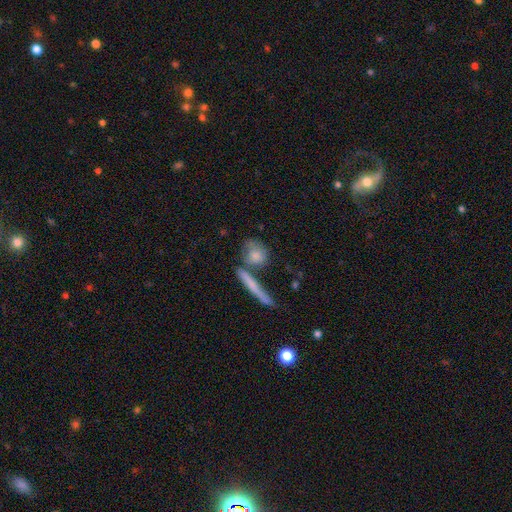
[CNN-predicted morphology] type=smooth (71%); roundness=round (41%); merging=none (50%).